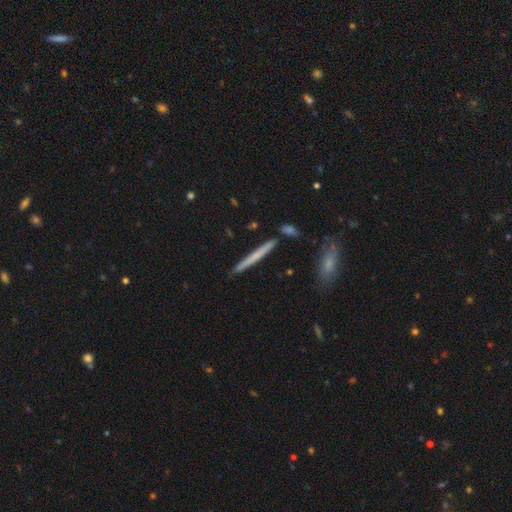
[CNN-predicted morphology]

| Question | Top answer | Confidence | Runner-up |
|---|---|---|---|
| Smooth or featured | smooth | 56% | featured or disk (39%) |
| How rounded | cigar-shaped | 96% | in between (2%) |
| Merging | none | 88% | minor disturbance (8%) |